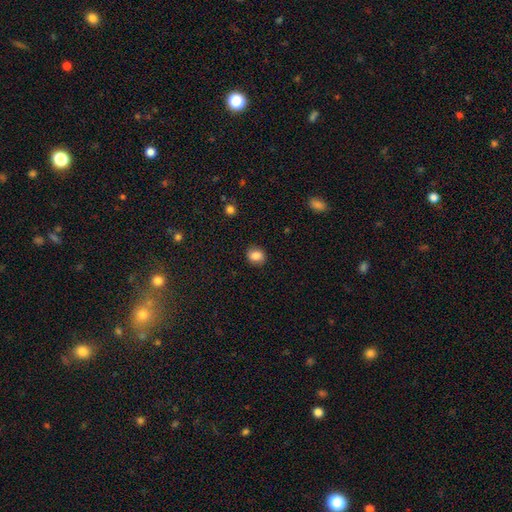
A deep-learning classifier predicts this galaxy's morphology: A smooth galaxy with no disk features (84%) that is round (62%). Merging: none (87%).